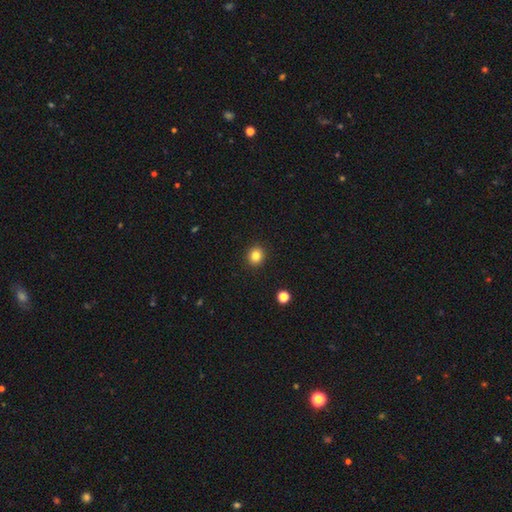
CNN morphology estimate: Overall: smooth (83%). How rounded: round (82%). Merging: none (92%).